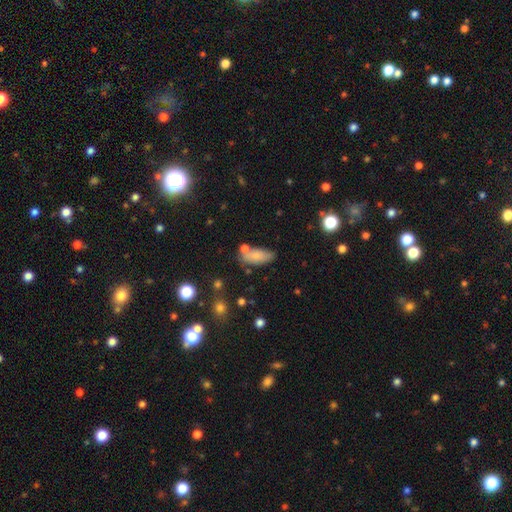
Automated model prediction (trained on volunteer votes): Overall: smooth (77%). How rounded: in between (82%). Merging: none (61%).